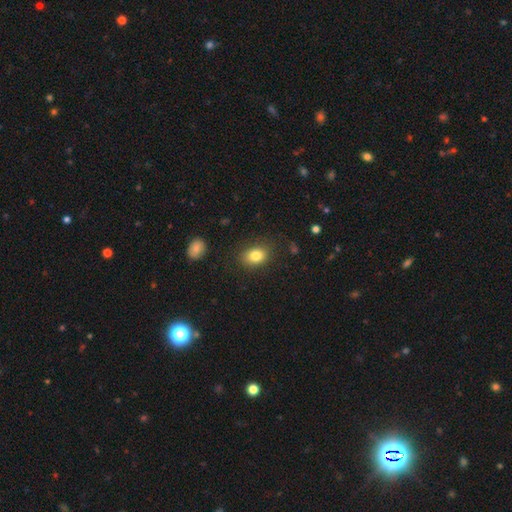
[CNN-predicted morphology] The model was most divided on "how rounded": in between: 69%, round: 30%, cigar-shaped: 1%. More confident: merging — none (83%); smooth or featured — smooth (83%).